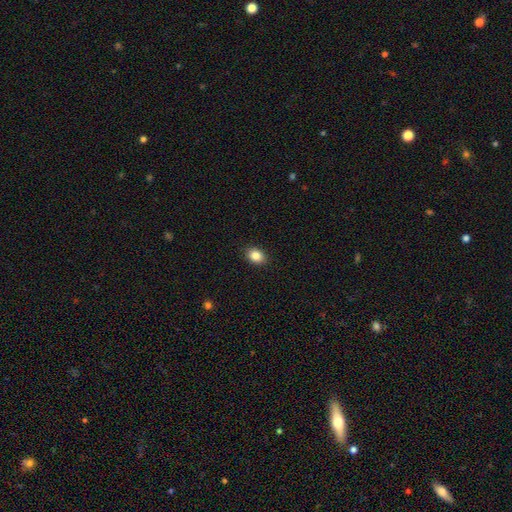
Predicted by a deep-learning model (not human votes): The model was most divided on "how rounded": in between: 68%, round: 31%, cigar-shaped: 1%. More confident: merging — none (90%); smooth or featured — smooth (85%).